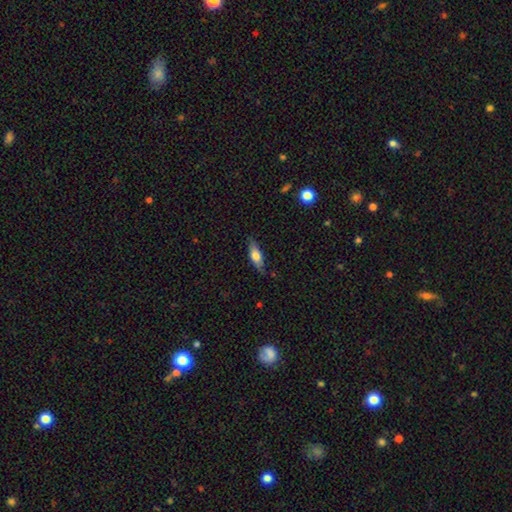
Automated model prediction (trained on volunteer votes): Morphology: type=smooth (61%); roundness=in between (60%); merging=none (79%).